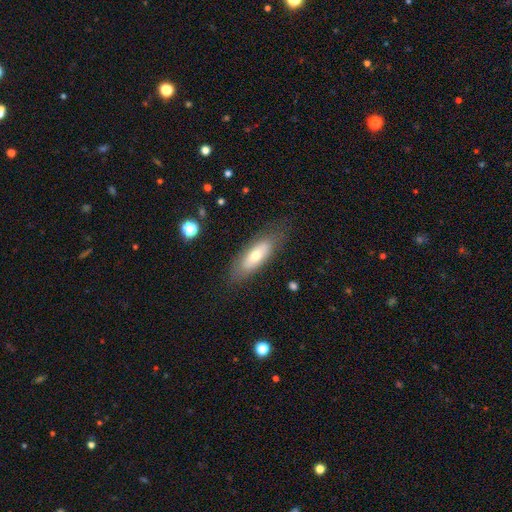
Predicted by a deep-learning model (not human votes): Smooth or featured: smooth — 59% (featured or disk — 34%)
How rounded: in between — 67% (cigar-shaped — 30%)
Merging: none — 77% (minor disturbance — 16%)